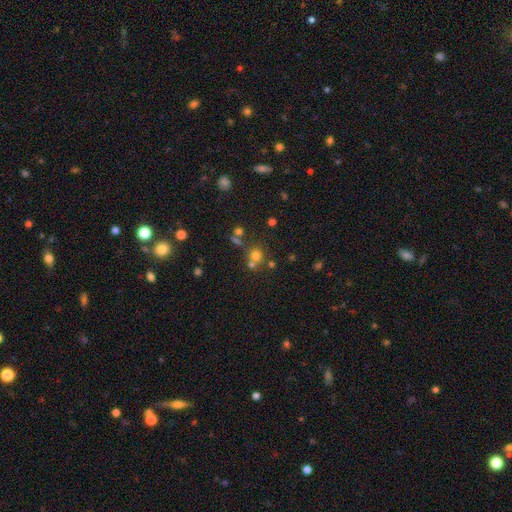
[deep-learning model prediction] Morphology: type=smooth (66%); roundness=round (89%); merging=none (62%).